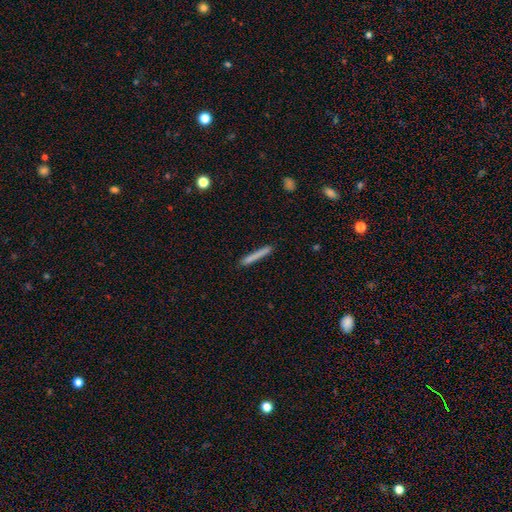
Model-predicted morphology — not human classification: smooth-or-featured: smooth: 76% | featured or disk: 18% | star or artifact: 6%
  how-rounded: cigar-shaped: 96% | in between: 2% | round: 1%
  merging: none: 89% | minor disturbance: 8% | major disturbance: 2% | merger: 2%